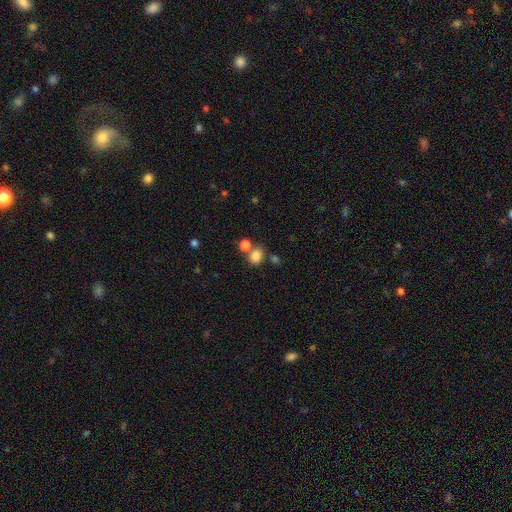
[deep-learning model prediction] This is clearly a smooth galaxy (82%). How rounded: possibly in between (51%). Merging: possibly none (58%).